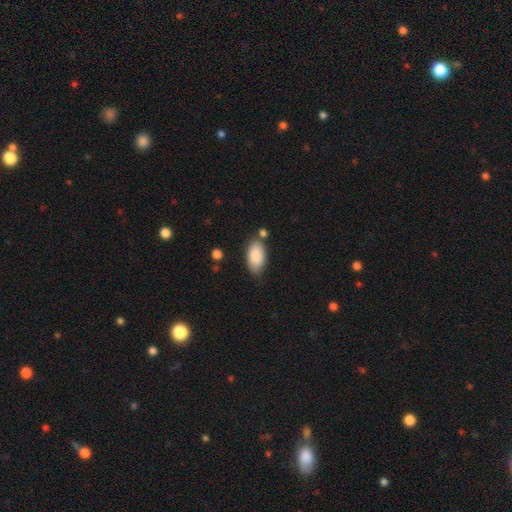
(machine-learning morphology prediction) Smooth or featured? smooth (87%)
How rounded? in between (94%)
Merging? none (71%)